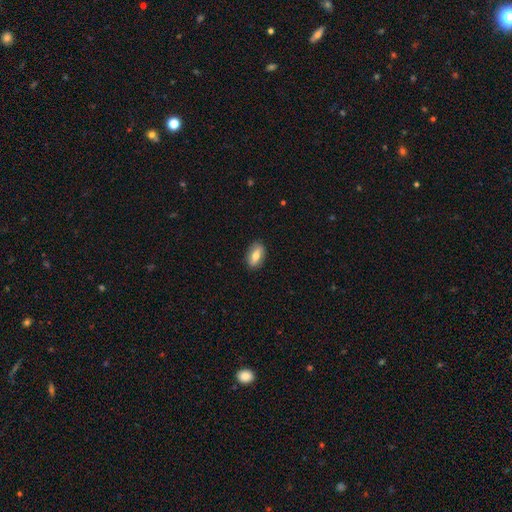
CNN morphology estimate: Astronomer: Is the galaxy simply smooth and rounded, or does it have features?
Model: smooth — 67%.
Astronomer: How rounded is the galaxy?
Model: in between — 86%.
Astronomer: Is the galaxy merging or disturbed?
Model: none — 87%.